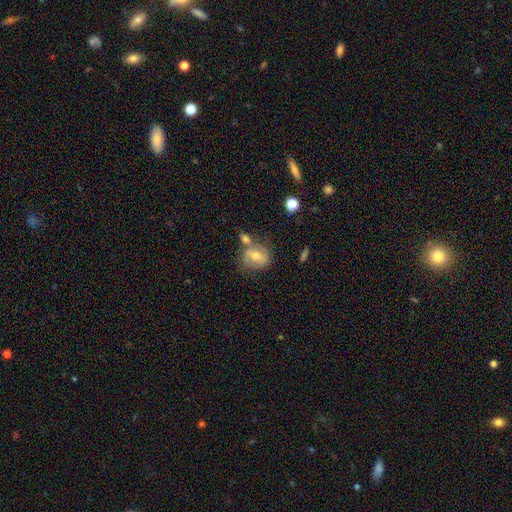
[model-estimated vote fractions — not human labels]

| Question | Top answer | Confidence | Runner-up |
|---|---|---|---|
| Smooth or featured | smooth | 47% | featured or disk (43%) |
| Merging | none | 49% | merger (25%) |